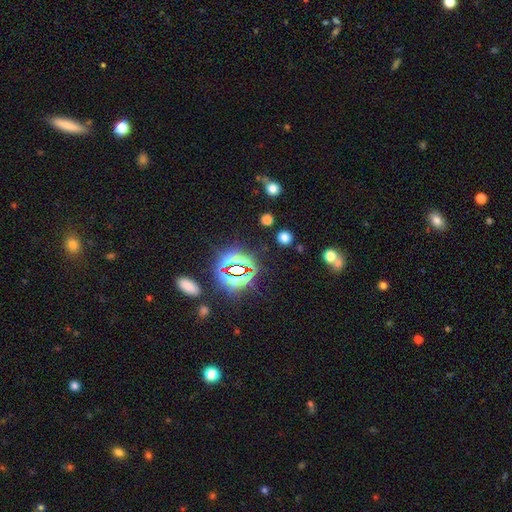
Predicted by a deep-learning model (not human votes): star or artifact 78%, smooth 14%, featured or disk 8%.